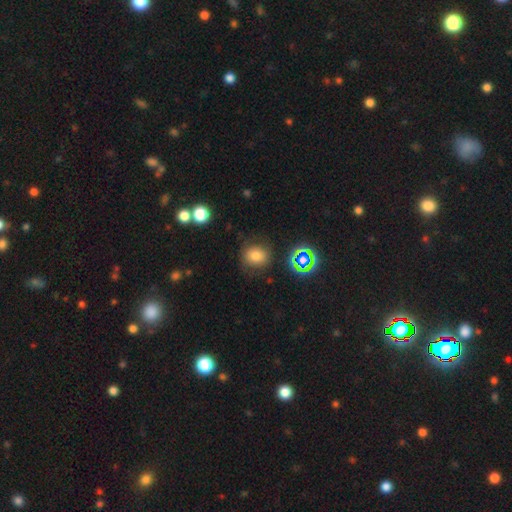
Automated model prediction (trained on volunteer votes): Overall: smooth (71%). How rounded: round (73%). Merging: none (74%).